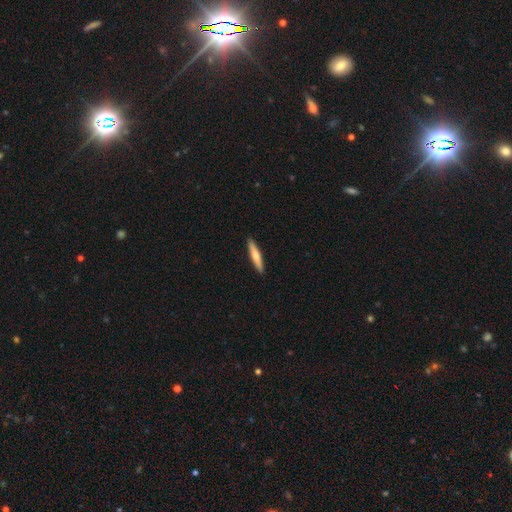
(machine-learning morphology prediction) Smooth or featured? Predicted: smooth (p=0.66). How rounded? Predicted: cigar-shaped (p=0.89). Merging? Predicted: none (p=0.92).